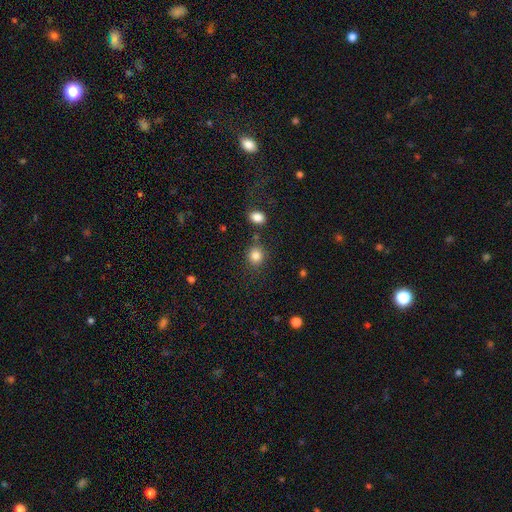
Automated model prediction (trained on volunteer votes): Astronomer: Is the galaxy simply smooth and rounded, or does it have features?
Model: smooth — 84%.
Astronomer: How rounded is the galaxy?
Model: round — 81%.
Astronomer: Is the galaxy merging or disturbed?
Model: none — 79%.